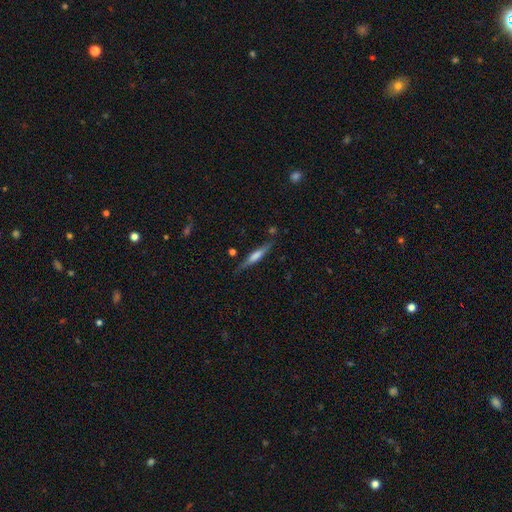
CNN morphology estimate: smooth_or_featured: featured or disk (p=0.58) [alt: smooth p=0.35]
disk_edge_on: yes (p=0.96) [alt: no p=0.04]
edge_on_bulge: rounded (p=0.47) [alt: boxy p=0.35]
merging: none (p=0.82) [alt: minor disturbance p=0.12]